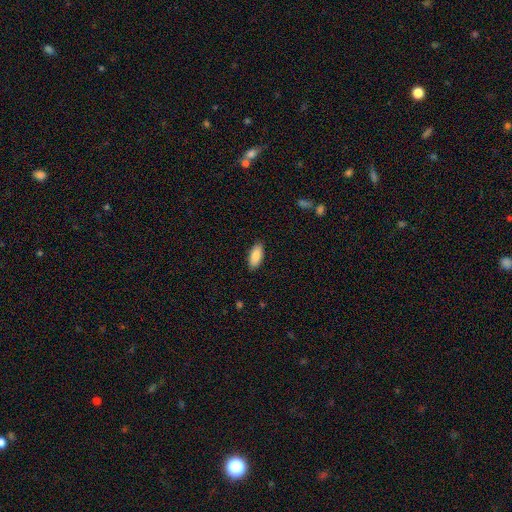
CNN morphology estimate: Smooth or featured?
  - smooth: 87% *
  - featured or disk: 7%
  - star or artifact: 6%
How rounded?
  - in between: 86% *
  - cigar-shaped: 12%
  - round: 2%
Merging?
  - none: 87% *
  - minor disturbance: 10%
  - major disturbance: 2%
  - merger: 1%